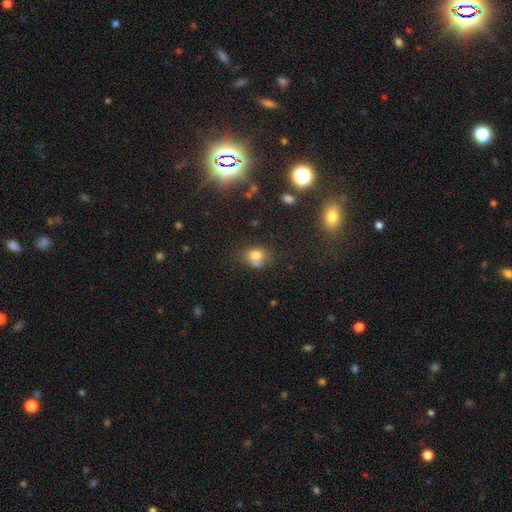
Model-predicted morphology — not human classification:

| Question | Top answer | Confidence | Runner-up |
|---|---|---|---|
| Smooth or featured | smooth | 75% | star or artifact (14%) |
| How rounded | round | 55% | in between (44%) |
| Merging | none | 48% | minor disturbance (22%) |